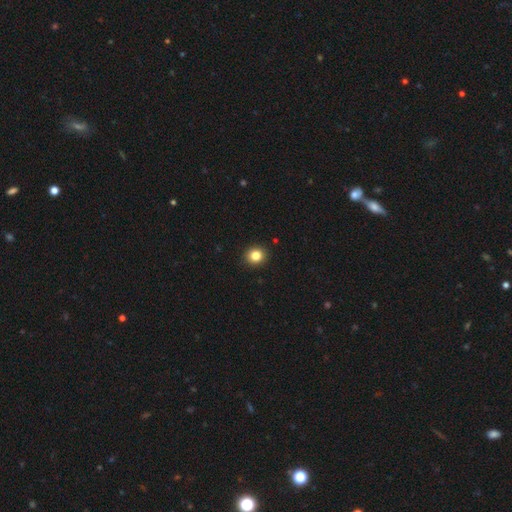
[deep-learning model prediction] Q: Smooth or featured?
A: smooth (83%); runner-up: star or artifact (11%)
Q: How rounded?
A: round (84%); runner-up: in between (15%)
Q: Merging?
A: none (92%); runner-up: minor disturbance (5%)